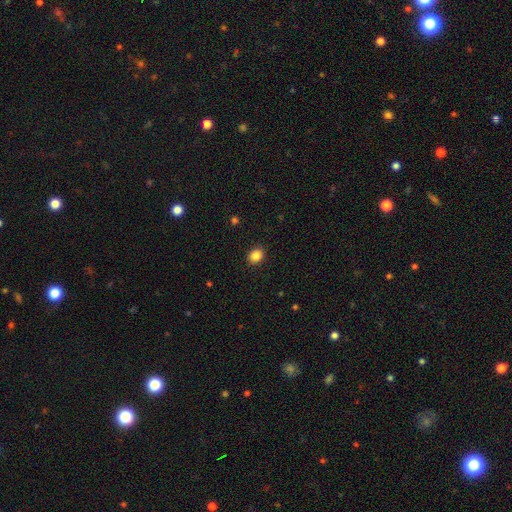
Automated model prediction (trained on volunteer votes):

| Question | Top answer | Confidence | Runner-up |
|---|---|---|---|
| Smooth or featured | smooth | 86% | star or artifact (10%) |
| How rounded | in between | 54% | round (45%) |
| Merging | none | 90% | minor disturbance (7%) |